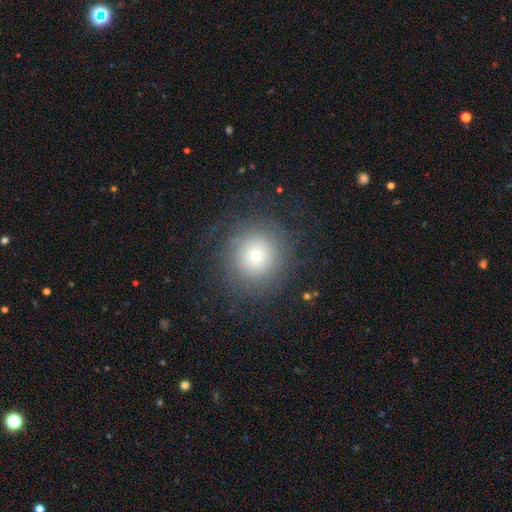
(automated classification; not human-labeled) A smooth galaxy with no disk features (66%) that is round (89%).

Vote fractions:
- Smooth or featured? smooth: 66% / featured or disk: 20% / star or artifact: 15%
- How rounded? round: 89% / in between: 10% / cigar-shaped: 1%
- Merging? none: 77% / minor disturbance: 12% / major disturbance: 9% / merger: 1%